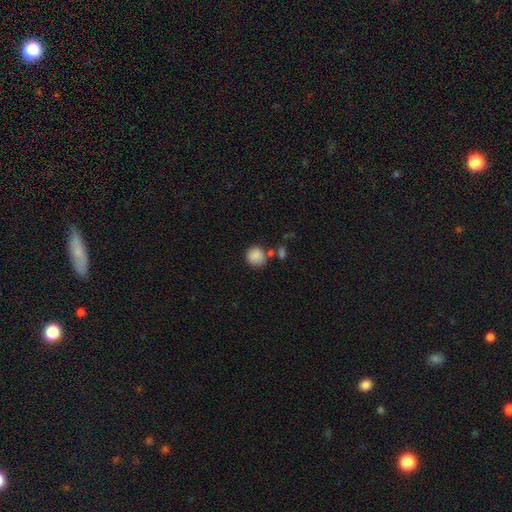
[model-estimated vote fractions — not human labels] Smooth or featured? Predicted: smooth (p=0.87). How rounded? Predicted: round (p=0.88). Merging? Predicted: none (p=0.69).